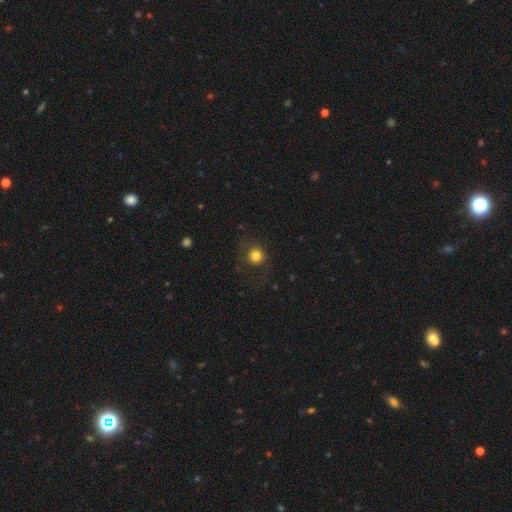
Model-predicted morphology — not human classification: Q: Smooth or featured?
A: smooth (78%); runner-up: star or artifact (12%)
Q: How rounded?
A: round (90%); runner-up: in between (9%)
Q: Merging?
A: none (75%); runner-up: minor disturbance (13%)